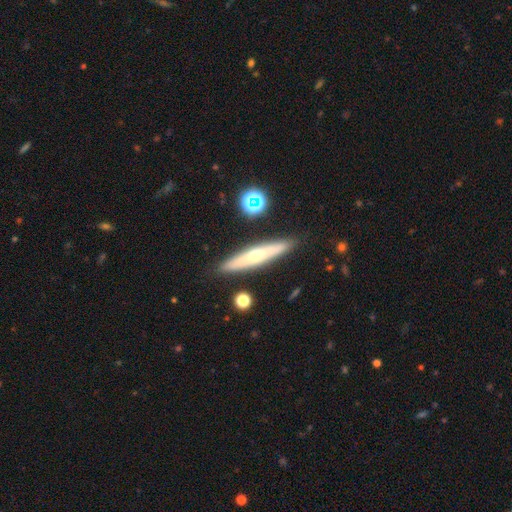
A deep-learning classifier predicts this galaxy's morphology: smooth-or-featured: featured or disk: 50% | smooth: 42% | star or artifact: 8%
  disk-edge-on: yes: 90% | no: 10%
  merging: none: 88% | minor disturbance: 8% | merger: 2% | major disturbance: 2%